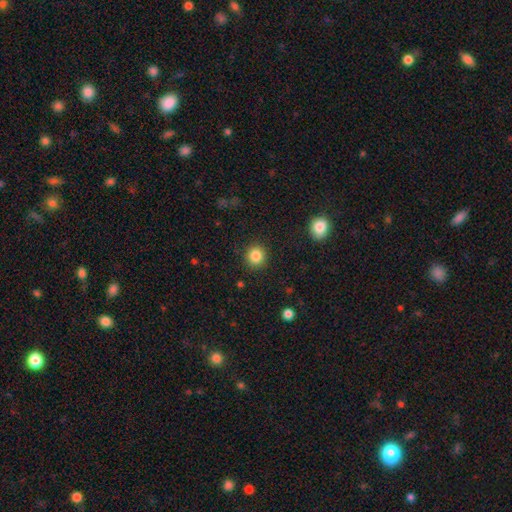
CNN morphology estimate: Overall: smooth (85%). How rounded: round (90%). Merging: none (90%).